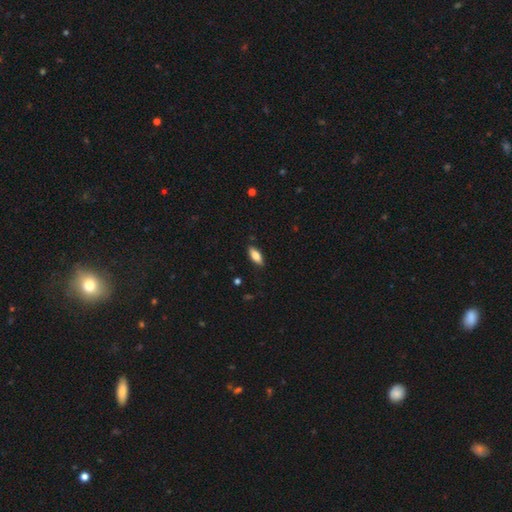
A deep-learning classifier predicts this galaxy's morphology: This appears to be a smooth galaxy with no disk features (79%) that is in between round and cigar-shaped (78%). Merging: none (86%).